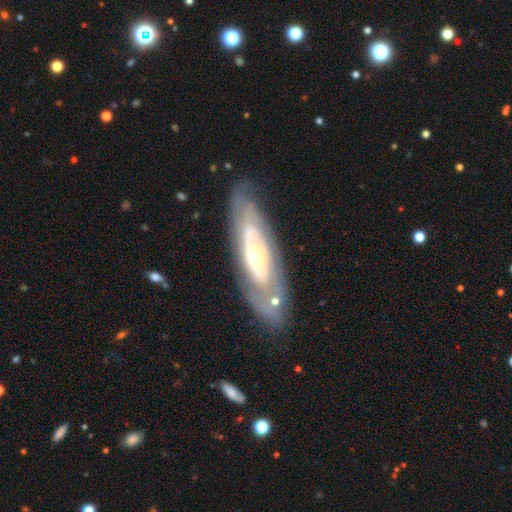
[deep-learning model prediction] A featured or disk galaxy (75%) with no bar (74%), spiral arms (53%) and a moderate central bulge (50%). Merging: none (75%).